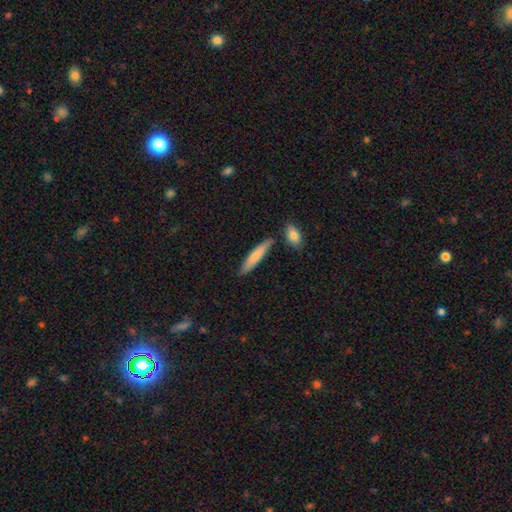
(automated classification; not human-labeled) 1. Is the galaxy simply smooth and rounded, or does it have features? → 75% smooth, 20% featured or disk, 5% star or artifact.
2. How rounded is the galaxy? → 87% cigar-shaped, 11% in between, 2% round.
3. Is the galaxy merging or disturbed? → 81% none, 11% minor disturbance, 6% merger, 2% major disturbance.